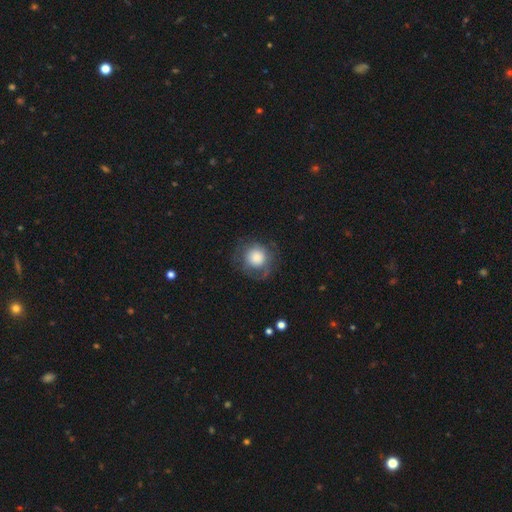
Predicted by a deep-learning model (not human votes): Overall: smooth (71%). How rounded: round (90%). Merging: none (67%).